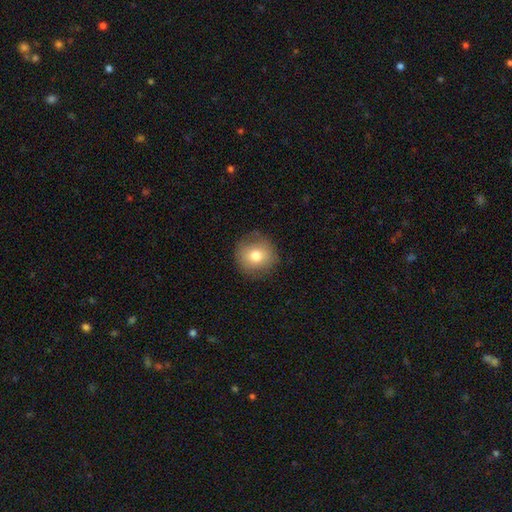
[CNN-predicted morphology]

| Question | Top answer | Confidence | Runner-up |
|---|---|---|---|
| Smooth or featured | smooth | 77% | featured or disk (13%) |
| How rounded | round | 91% | in between (8%) |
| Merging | none | 84% | minor disturbance (11%) |